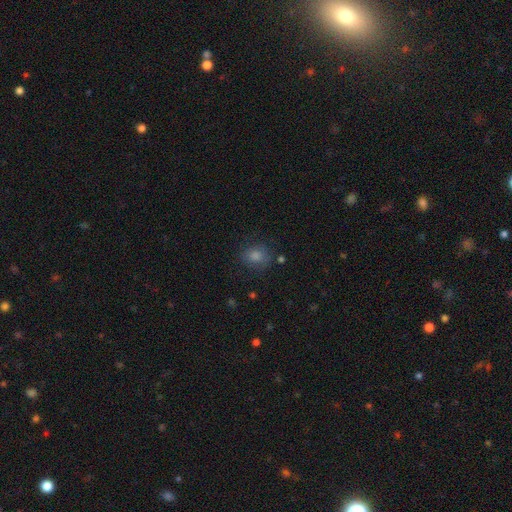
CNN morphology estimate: Smooth or featured?
  - smooth: 71% *
  - star or artifact: 21%
  - featured or disk: 9%
How rounded?
  - round: 66% *
  - in between: 32%
  - cigar-shaped: 1%
Merging?
  - none: 81% *
  - minor disturbance: 12%
  - major disturbance: 4%
  - merger: 2%